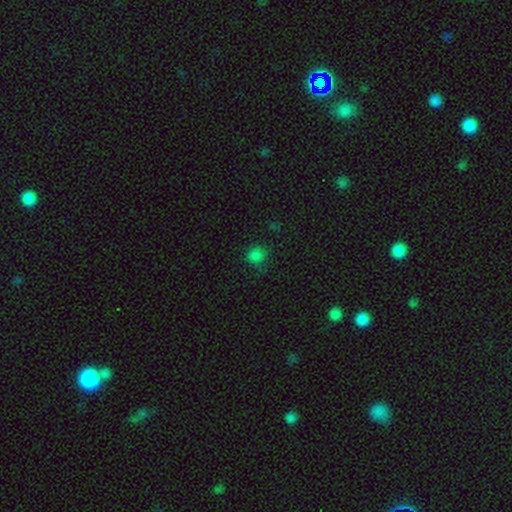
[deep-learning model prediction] smooth-or-featured: smooth: 80% | star or artifact: 17% | featured or disk: 3%
  how-rounded: round: 88% | in between: 11% | cigar-shaped: 1%
  merging: none: 79% | minor disturbance: 15% | major disturbance: 4% | merger: 2%